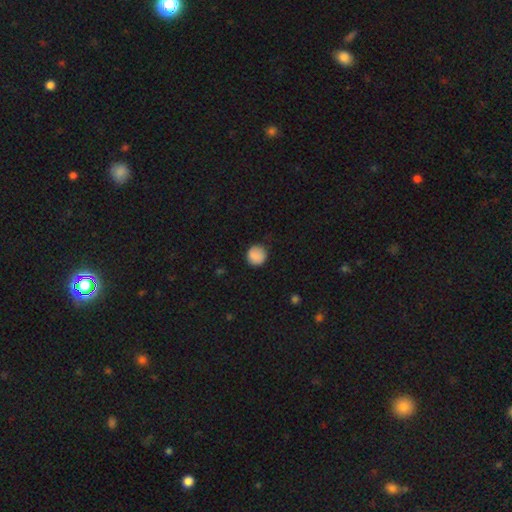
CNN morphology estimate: A smooth galaxy with no disk features (87%) that is round (93%).

Vote fractions:
- Smooth or featured? smooth: 87% / star or artifact: 8% / featured or disk: 4%
- How rounded? round: 93% / in between: 6% / cigar-shaped: 1%
- Merging? none: 84% / minor disturbance: 12% / major disturbance: 3% / merger: 1%